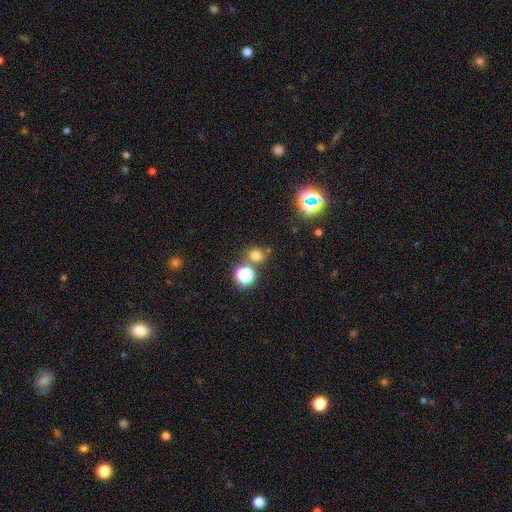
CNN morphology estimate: Smooth or featured? smooth (70%)
How rounded? round (86%)
Merging? none (74%)